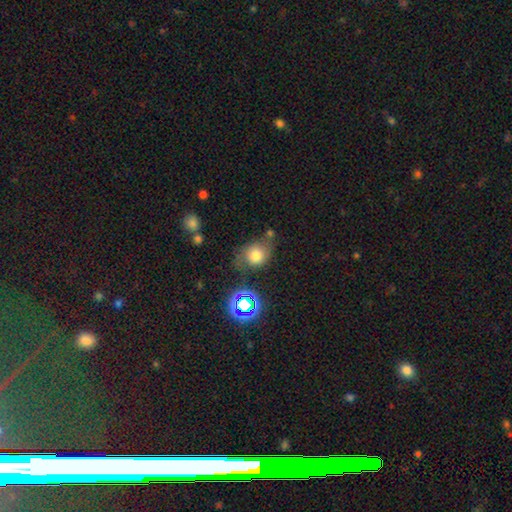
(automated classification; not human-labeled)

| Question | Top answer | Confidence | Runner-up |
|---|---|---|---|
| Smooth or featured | smooth | 69% | star or artifact (17%) |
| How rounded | round | 63% | in between (36%) |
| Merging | none | 55% | minor disturbance (25%) |